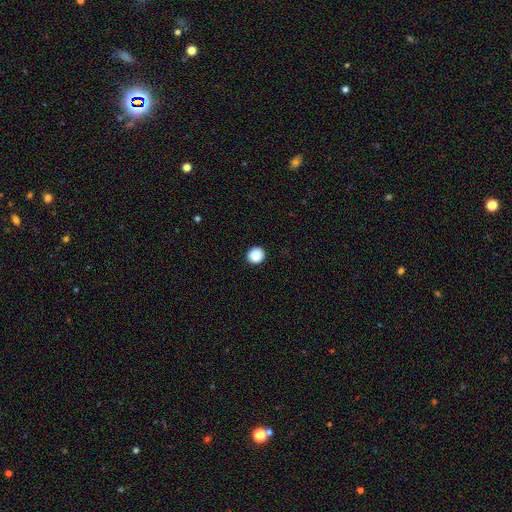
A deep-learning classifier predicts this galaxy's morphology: This appears to be a smooth galaxy with no disk features (89%) that is round (94%). Merging: none (92%).